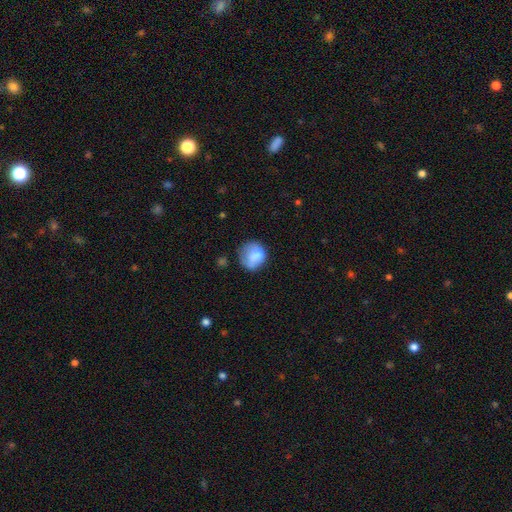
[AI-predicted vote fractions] Morphology: type=smooth (72%); roundness=round (71%); merging=none (46%).